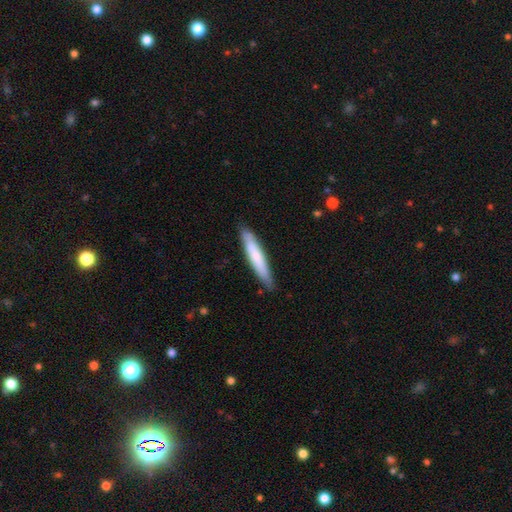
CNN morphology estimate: Smooth or featured? Predicted: smooth (p=0.67). How rounded? Predicted: cigar-shaped (p=0.92). Merging? Predicted: none (p=0.85).